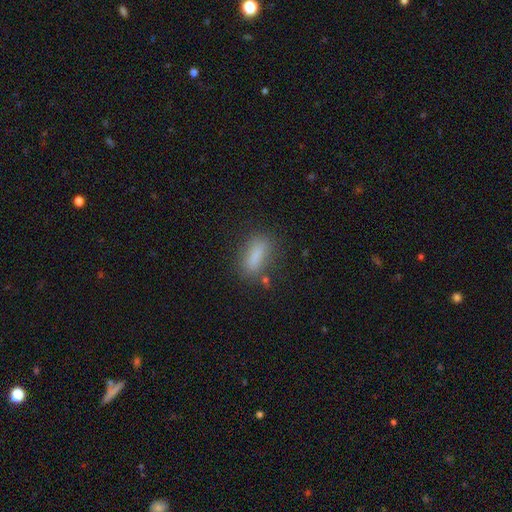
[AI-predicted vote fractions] Overall: smooth (81%). How rounded: in between (62%; cigar-shaped 34%). Merging: none (74%).